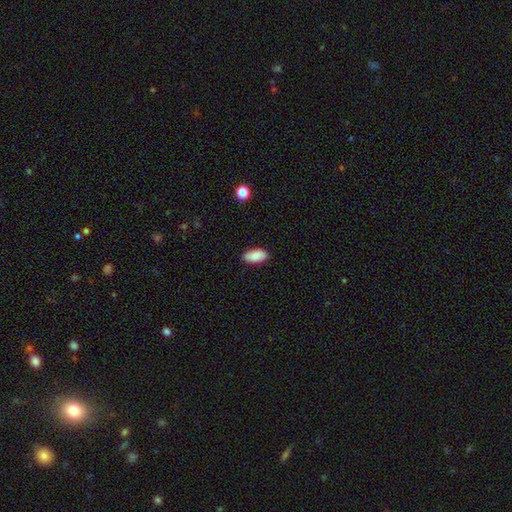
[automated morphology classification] This is clearly a smooth galaxy (86%). How rounded: clearly in between (93%). Merging: clearly none (86%).